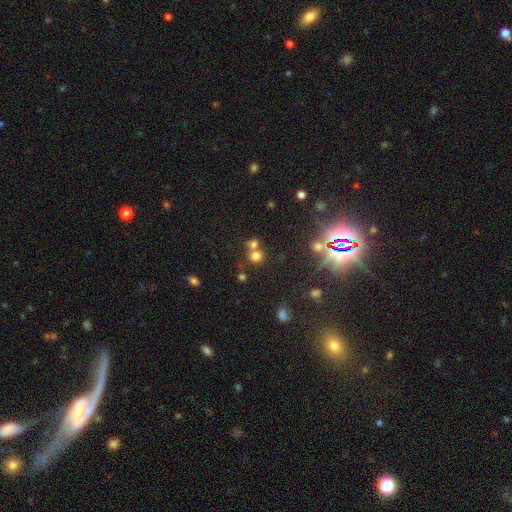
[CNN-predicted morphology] Smooth or featured? smooth (68%)
How rounded? round (86%)
Merging? none (51%)